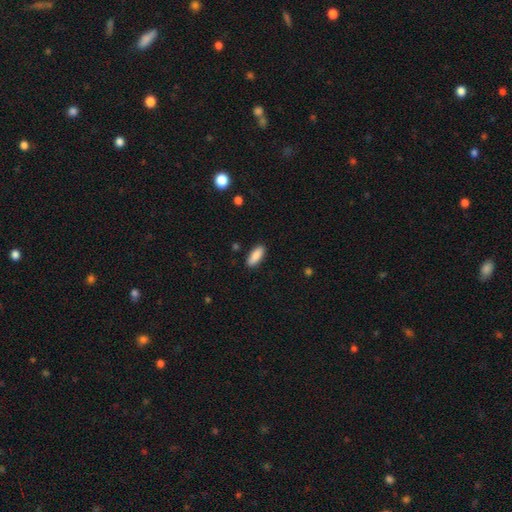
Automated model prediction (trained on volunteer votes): This is clearly a smooth galaxy (88%). How rounded: likely in between (72%). Merging: clearly none (88%).